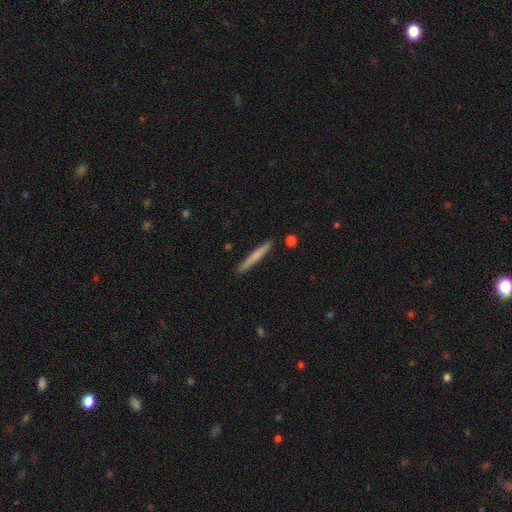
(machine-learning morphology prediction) smooth-or-featured: smooth: 64% | featured or disk: 31% | star or artifact: 5%
  how-rounded: cigar-shaped: 97% | in between: 2% | round: 1%
  merging: none: 91% | minor disturbance: 6% | merger: 2% | major disturbance: 1%